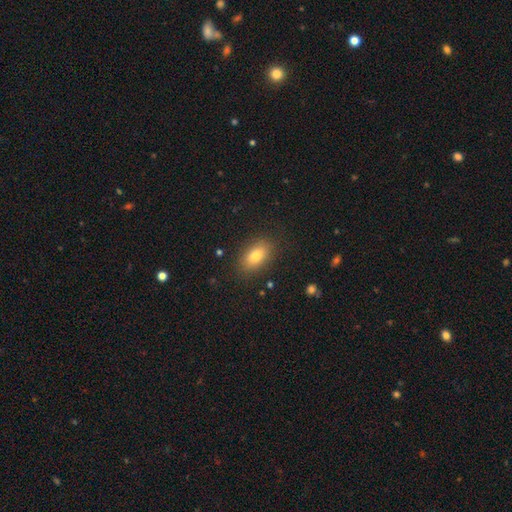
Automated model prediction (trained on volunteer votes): This appears to be a smooth galaxy with no disk features (80%) that is in between round and cigar-shaped (88%). Merging: none (86%).